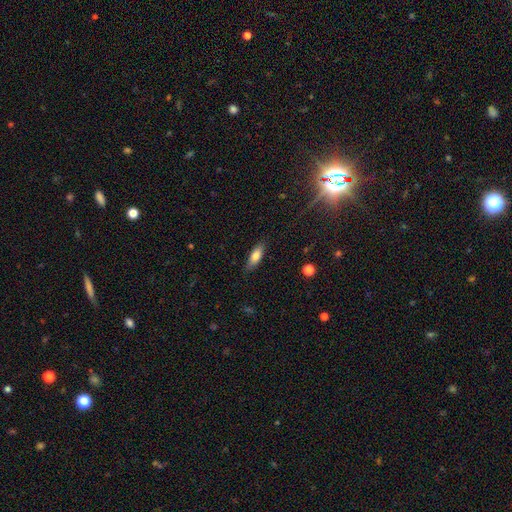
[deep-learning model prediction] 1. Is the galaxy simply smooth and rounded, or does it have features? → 75% smooth, 17% featured or disk, 7% star or artifact.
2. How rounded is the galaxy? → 61% in between, 37% cigar-shaped, 2% round.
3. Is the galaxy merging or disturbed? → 84% none, 12% minor disturbance, 3% major disturbance, 1% merger.